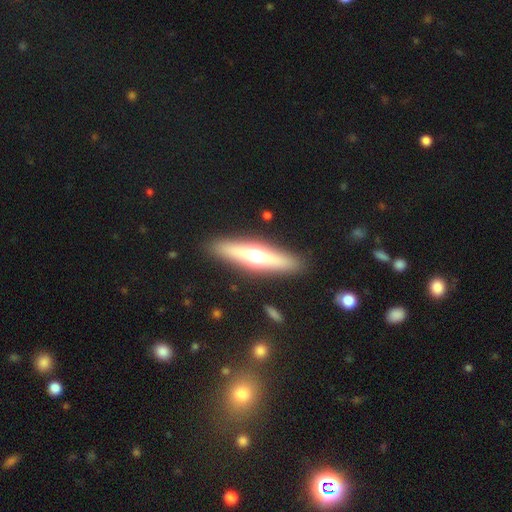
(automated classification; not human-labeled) Q: Smooth or featured?
A: featured or disk (52%); runner-up: smooth (40%)
Q: Edge-on disk?
A: yes (88%); runner-up: no (12%)
Q: Merging?
A: none (89%); runner-up: minor disturbance (7%)